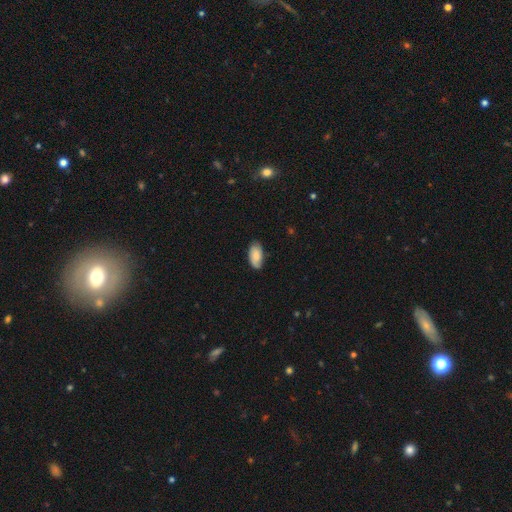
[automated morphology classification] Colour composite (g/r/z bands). It shows a smooth galaxy with no disk features (78%) that is in between round and cigar-shaped (94%). Merging: none (78%).